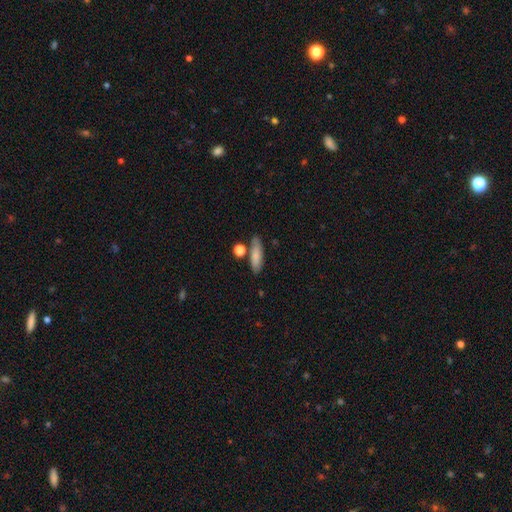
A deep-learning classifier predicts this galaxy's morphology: Overall: smooth (79%). How rounded: in between (53%; cigar-shaped 43%). Merging: none (71%).